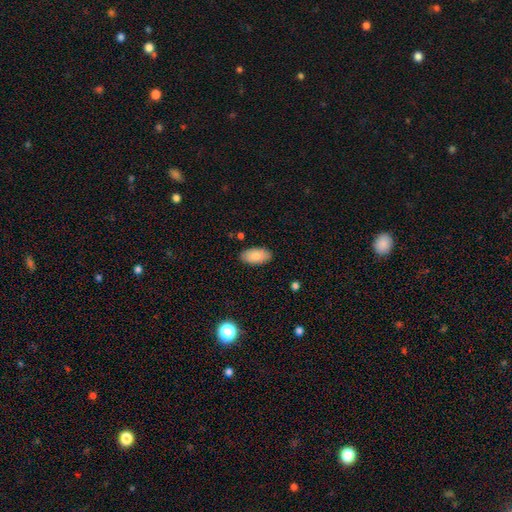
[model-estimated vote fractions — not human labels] A smooth galaxy with no disk features (84%) that is in between round and cigar-shaped (95%).

Vote fractions:
- Smooth or featured? smooth: 84% / featured or disk: 9% / star or artifact: 7%
- How rounded? in between: 95% / cigar-shaped: 3% / round: 3%
- Merging? none: 86% / minor disturbance: 10% / major disturbance: 2% / merger: 1%